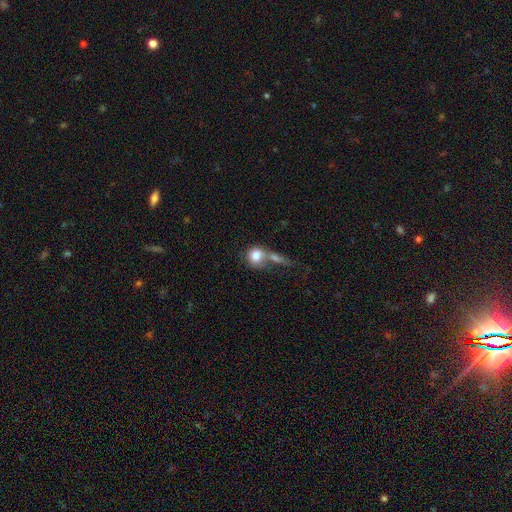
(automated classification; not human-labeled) This appears to be a smooth galaxy with no disk features (78%) that is round (74%). Merging: merger (51%).